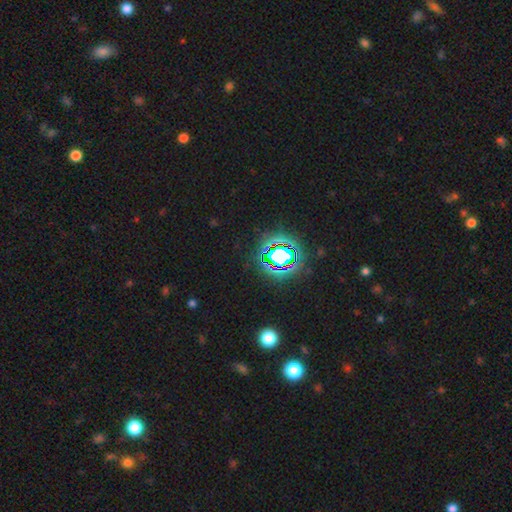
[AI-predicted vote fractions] This is clearly a star or artifact rather than a galaxy (80%).